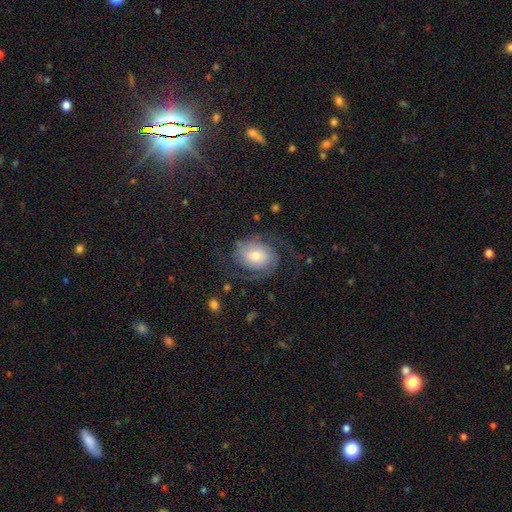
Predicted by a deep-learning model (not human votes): A featured or disk galaxy (79%) with no bar (62%), 2 (88%) medium (45%) spiral arms (95%) and a moderate central bulge (47%).

Vote fractions:
- Smooth or featured? featured or disk: 79% / smooth: 14% / star or artifact: 7%
- Edge-on disk? no: 97% / yes: 3%
- Bar? no: 62% / weak: 29% / strong: 9%
- Spiral arms? yes: 95% / no: 5%
- Spiral winding? medium: 45% / loose: 30% / tight: 25%
- Spiral arm count? 2: 88% / can't tell: 5% / 1: 3% / 3: 3% / 4: 1% / more than 4: 1%
- Bulge size? moderate: 47% / small: 40% / large: 9% / dominant: 3% / none: 2%
- Merging? none: 69% / major disturbance: 16% / minor disturbance: 14% / merger: 1%